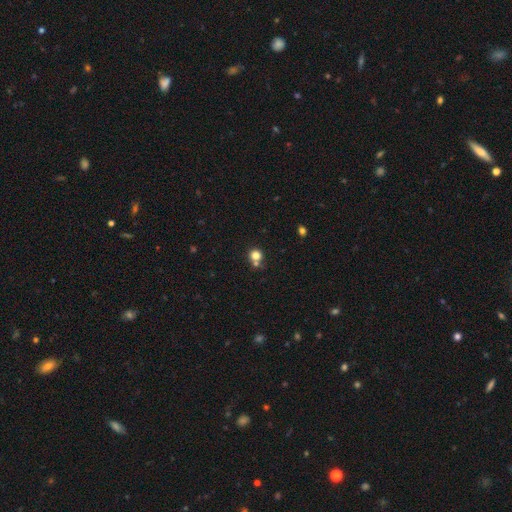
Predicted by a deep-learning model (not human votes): A smooth galaxy with no disk features (79%) that is round (88%).

Vote fractions:
- Smooth or featured? smooth: 79% / star or artifact: 14% / featured or disk: 7%
- How rounded? round: 88% / in between: 11% / cigar-shaped: 1%
- Merging? none: 61% / merger: 26% / minor disturbance: 9% / major disturbance: 4%